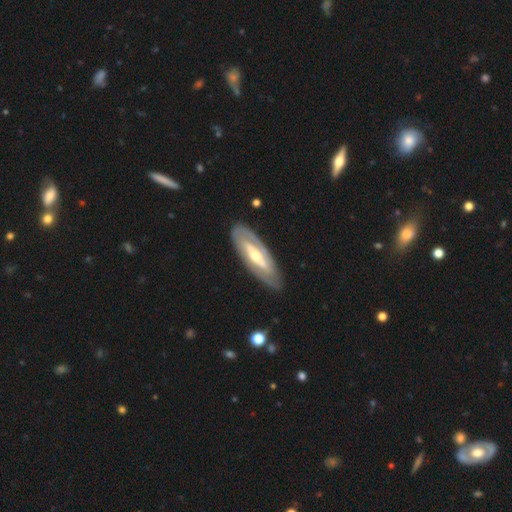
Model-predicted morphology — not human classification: A featured or disk galaxy (75%) with a strong bar (47%), spiral arms (61%) and a moderate central bulge (58%).

Vote fractions:
- Smooth or featured? featured or disk: 75% / smooth: 21% / star or artifact: 4%
- Edge-on disk? no: 80% / yes: 20%
- Bar? strong: 47% / weak: 30% / no: 23%
- Spiral arms? yes: 61% / no: 39%
- Bulge size? moderate: 58% / small: 35% / large: 5% / none: 1% / dominant: 1%
- Merging? none: 83% / minor disturbance: 12% / major disturbance: 4% / merger: 1%